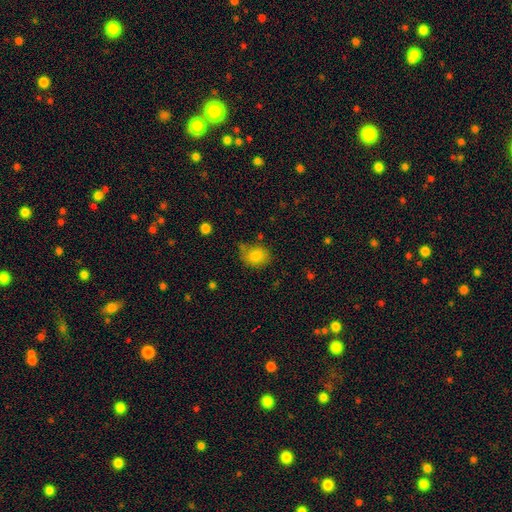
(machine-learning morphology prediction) Q: Smooth or featured?
A: smooth (84%); runner-up: star or artifact (10%)
Q: How rounded?
A: in between (51%); runner-up: round (48%)
Q: Merging?
A: none (61%); runner-up: minor disturbance (24%)